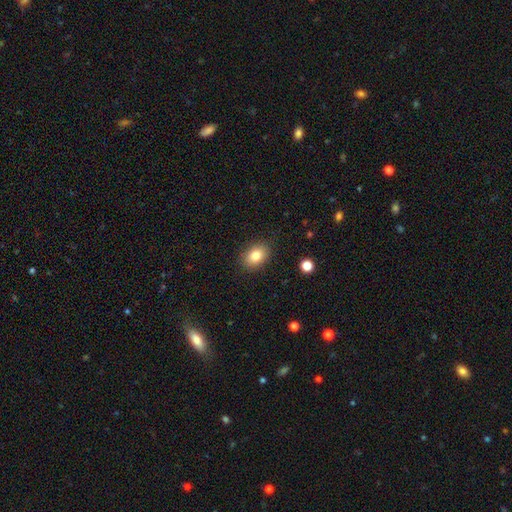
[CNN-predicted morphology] type=smooth (82%); roundness=in between (73%); merging=none (87%).